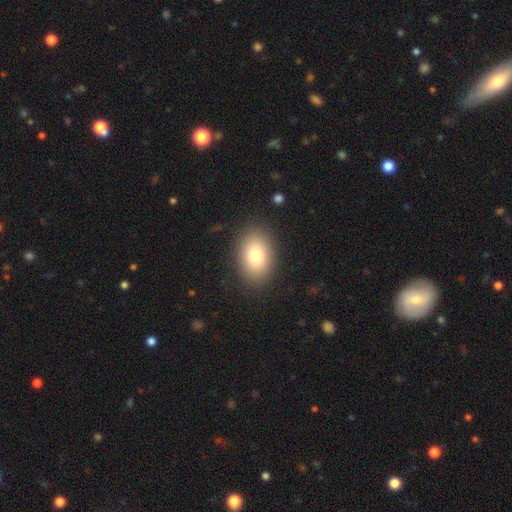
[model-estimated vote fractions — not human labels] Overall: smooth (78%). How rounded: in between (77%). Merging: none (87%).